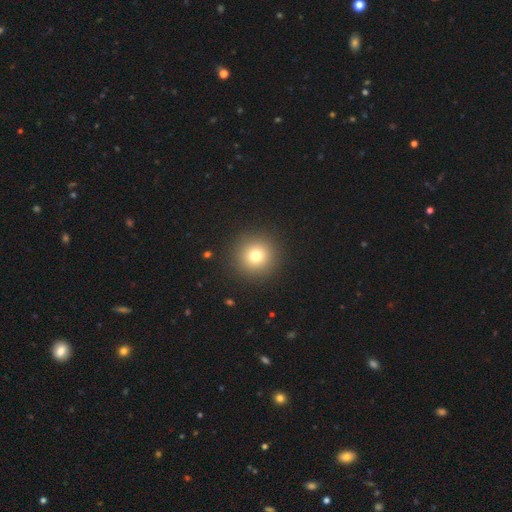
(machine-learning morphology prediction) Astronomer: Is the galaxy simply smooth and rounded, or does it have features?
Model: smooth — 77%.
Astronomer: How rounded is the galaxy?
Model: round — 95%.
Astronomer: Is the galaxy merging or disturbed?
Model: none — 92%.